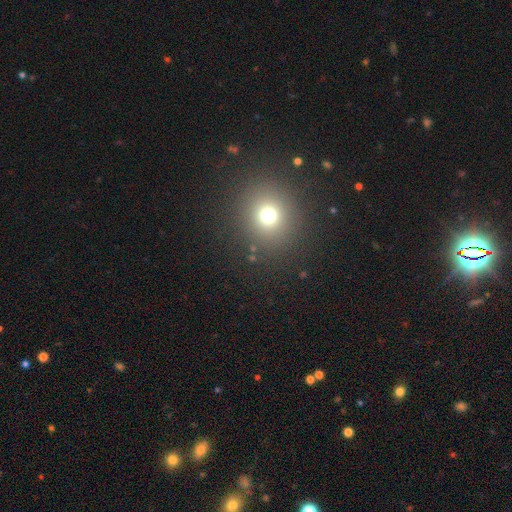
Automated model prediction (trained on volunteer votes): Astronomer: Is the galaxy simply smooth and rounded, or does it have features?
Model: smooth — 61%.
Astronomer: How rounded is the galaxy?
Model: round — 90%.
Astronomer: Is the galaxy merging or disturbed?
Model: none — 91%.